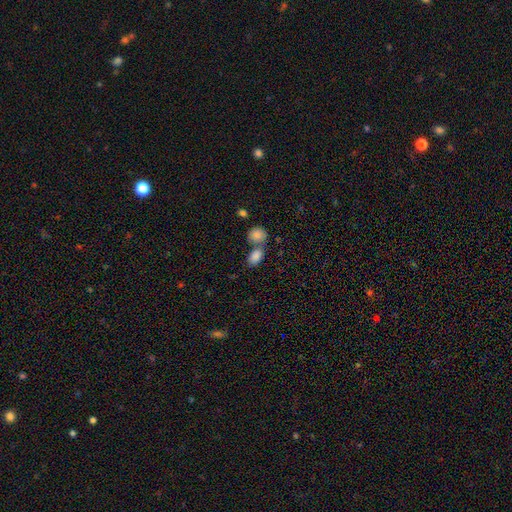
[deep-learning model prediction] smooth 86%, star or artifact 8%, featured or disk 6%. Down the decision tree: how rounded — in between (84%); merging — merger (44%).